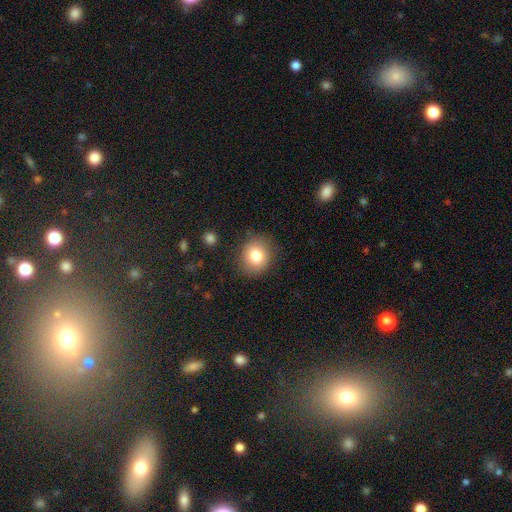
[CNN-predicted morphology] The model was most divided on "how rounded": round: 75%, in between: 24%, cigar-shaped: 1%. More confident: merging — none (85%); smooth or featured — smooth (81%).